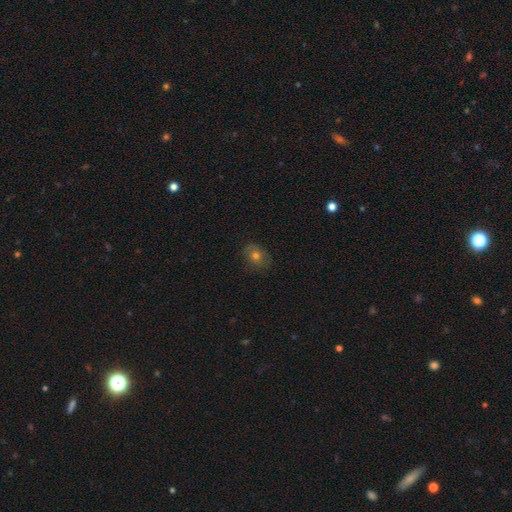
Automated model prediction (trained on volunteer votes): smooth 63%, featured or disk 19%, star or artifact 18%. Down the decision tree: how rounded — round (52%); merging — none (80%).